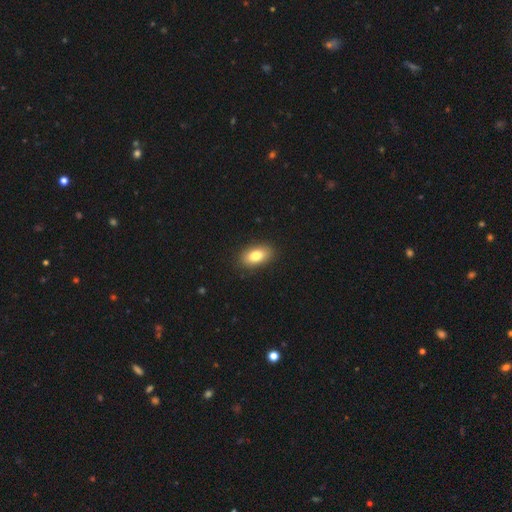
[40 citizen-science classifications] Volunteers were most divided on "smooth or featured": smooth: 80%, featured or disk: 20%, star or artifact: 0%. More confident: how rounded — in between (91%); merging — none (90%).